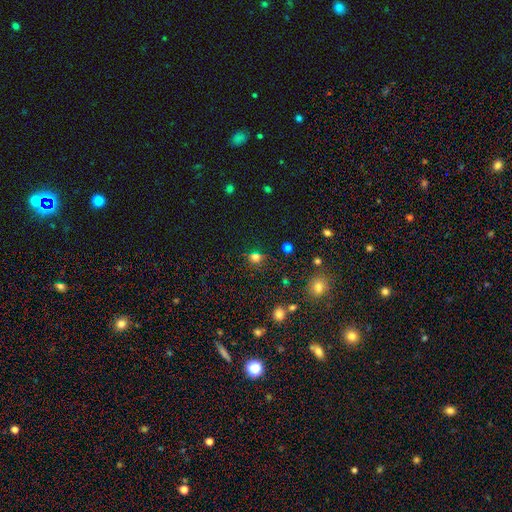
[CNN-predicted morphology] This is likely a smooth galaxy (67%). How rounded: likely round (72%). Merging: clearly none (80%).